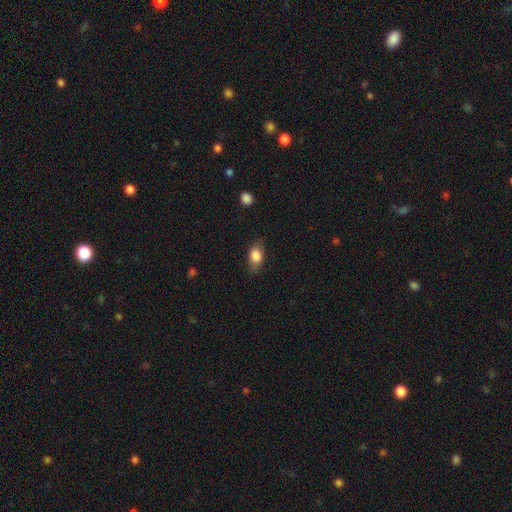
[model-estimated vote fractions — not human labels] Smooth or featured? smooth (82%)
How rounded? in between (83%)
Merging? none (75%)